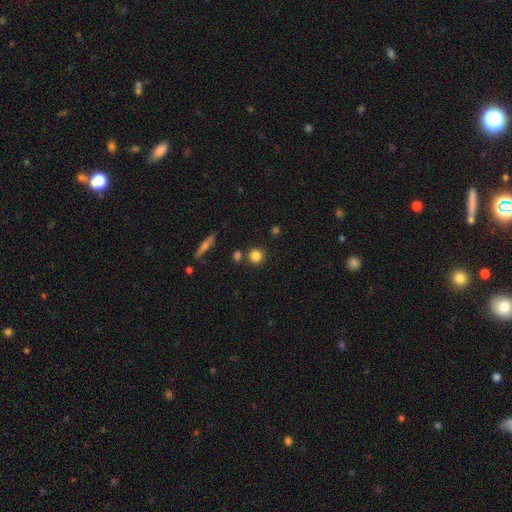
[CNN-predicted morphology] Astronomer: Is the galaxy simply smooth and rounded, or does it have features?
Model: smooth — 83%.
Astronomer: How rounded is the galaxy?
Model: round — 90%.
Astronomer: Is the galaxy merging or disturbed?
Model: none — 79%.